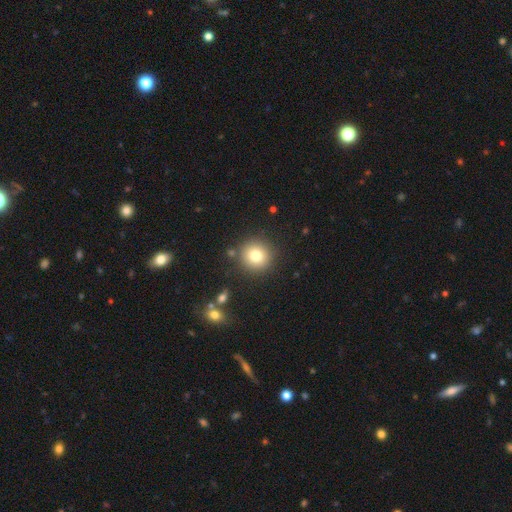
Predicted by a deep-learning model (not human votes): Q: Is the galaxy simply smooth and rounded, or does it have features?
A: smooth — 78%.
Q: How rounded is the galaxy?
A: round — 93%.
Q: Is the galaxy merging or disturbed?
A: none — 87%.